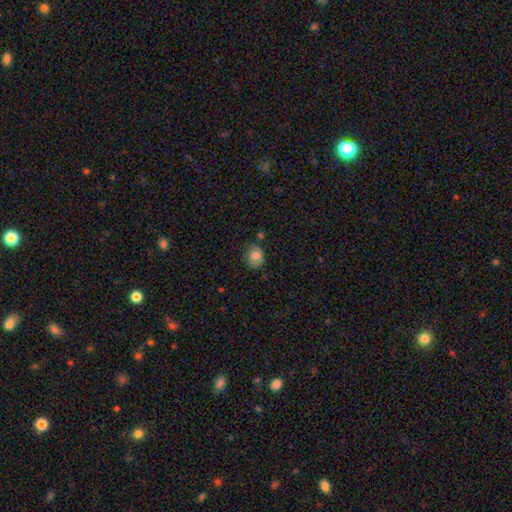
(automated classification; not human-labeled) smooth 81%, featured or disk 9%, star or artifact 9%. Down the decision tree: how rounded — round (60%); merging — none (71%).